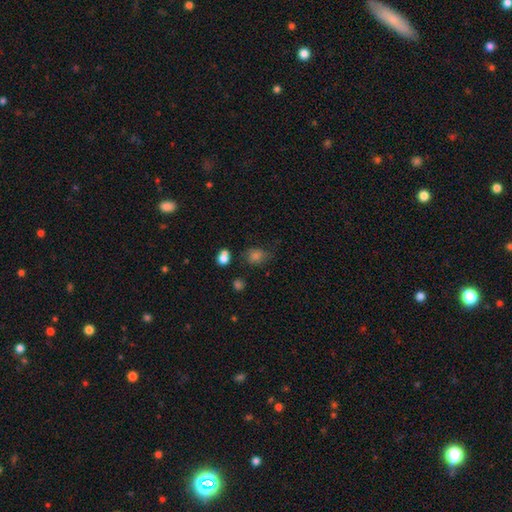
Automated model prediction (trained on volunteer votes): Smooth or featured?
  - smooth: 71% *
  - star or artifact: 18%
  - featured or disk: 11%
How rounded?
  - in between: 50% *
  - round: 49%
  - cigar-shaped: 1%
Merging?
  - none: 57% *
  - minor disturbance: 27%
  - major disturbance: 11%
  - merger: 5%